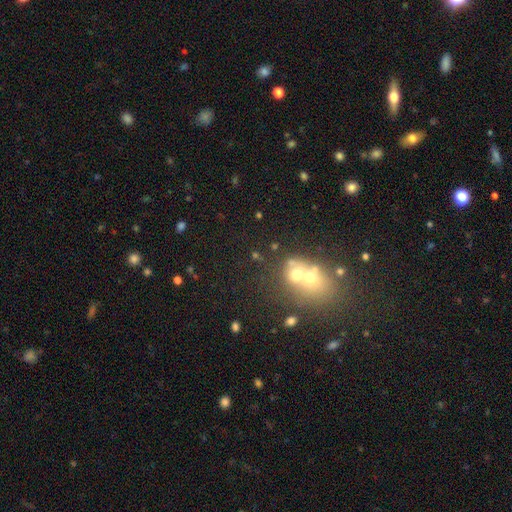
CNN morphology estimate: This appears to be a smooth galaxy with no disk features (47%). Merging: merger (55%).